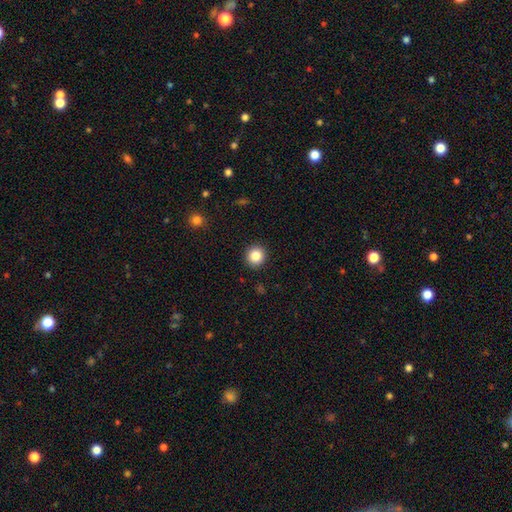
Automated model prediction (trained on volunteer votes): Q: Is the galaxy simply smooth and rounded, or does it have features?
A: smooth — 85%.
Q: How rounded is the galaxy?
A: round — 94%.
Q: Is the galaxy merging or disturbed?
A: none — 92%.